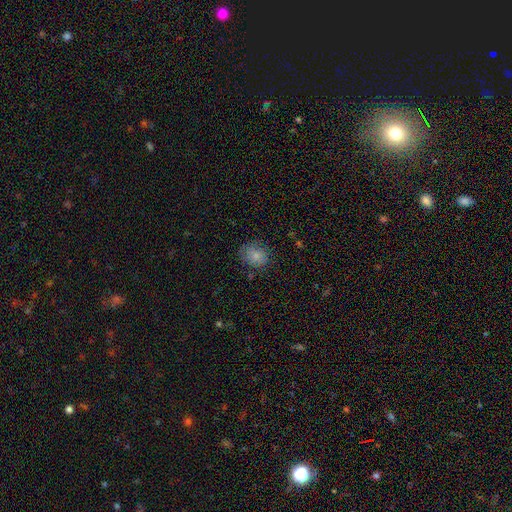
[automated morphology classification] smooth-or-featured: smooth: 82% | star or artifact: 9% | featured or disk: 9%
  how-rounded: round: 60% | in between: 39% | cigar-shaped: 1%
  merging: none: 74% | minor disturbance: 19% | major disturbance: 5% | merger: 2%